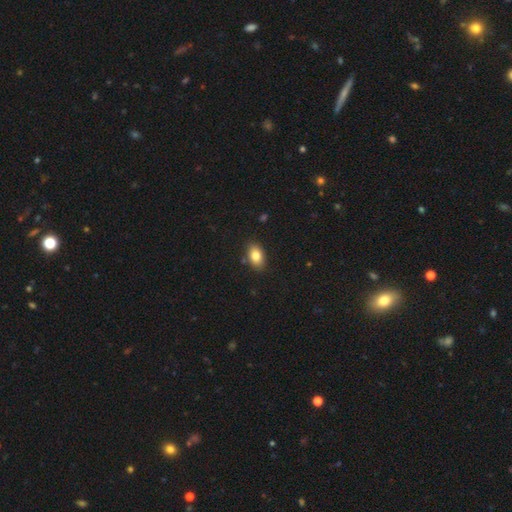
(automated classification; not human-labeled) smooth 83%, featured or disk 9%, star or artifact 8%. Down the decision tree: how rounded — in between (88%); merging — none (86%).